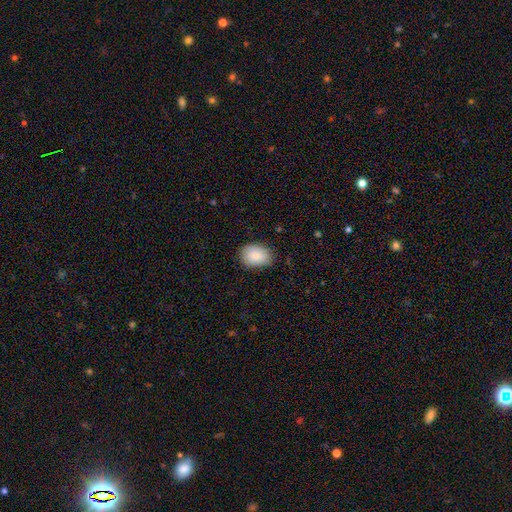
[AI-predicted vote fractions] smooth_or_featured: smooth (p=0.83) [alt: featured or disk p=0.10]
how_rounded: in between (p=0.73) [alt: round p=0.26]
merging: none (p=0.80) [alt: minor disturbance p=0.16]